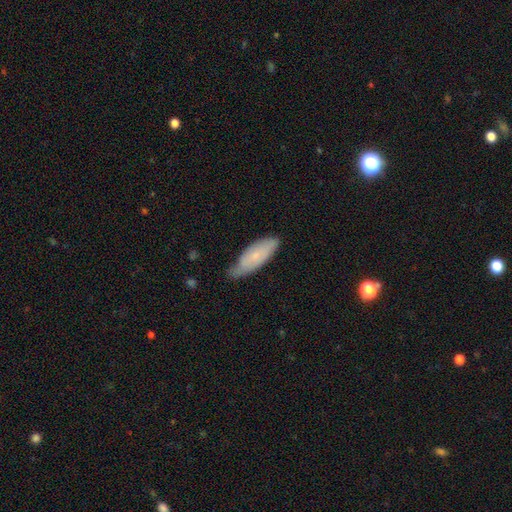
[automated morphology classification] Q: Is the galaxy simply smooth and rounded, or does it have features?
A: smooth — 65%.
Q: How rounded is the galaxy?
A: in between — 66%.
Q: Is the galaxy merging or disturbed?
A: none — 57%.